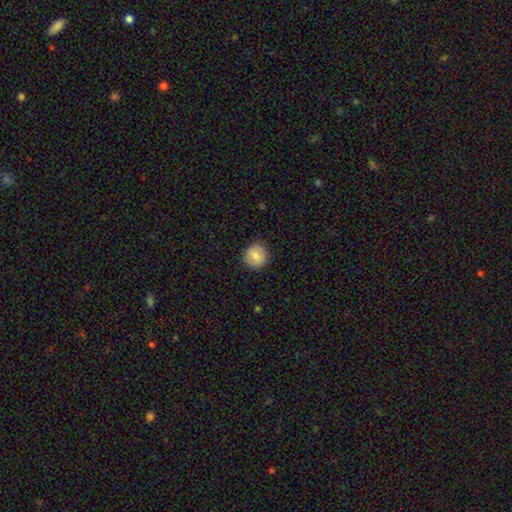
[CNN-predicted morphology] Overall: smooth (81%). How rounded: round (91%). Merging: none (88%).